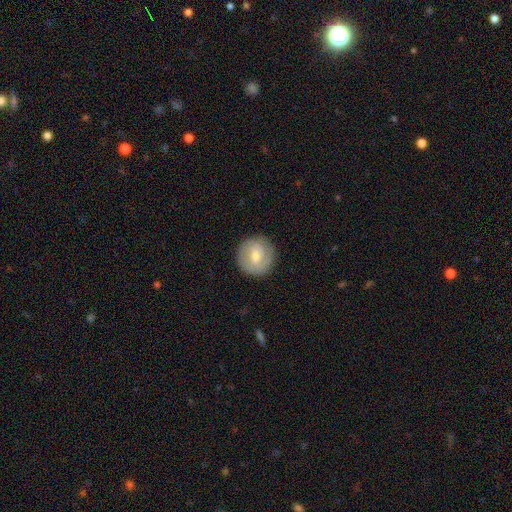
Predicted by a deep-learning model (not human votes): Smooth or featured: smooth — 50% (featured or disk — 44%)
Merging: none — 87% (minor disturbance — 9%)